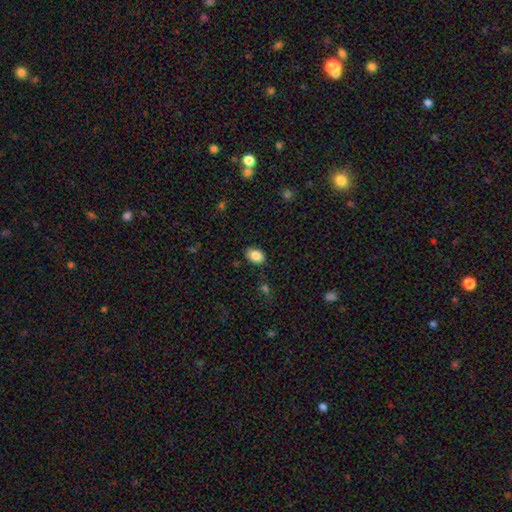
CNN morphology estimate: type=smooth (85%); roundness=in between (78%); merging=none (84%).